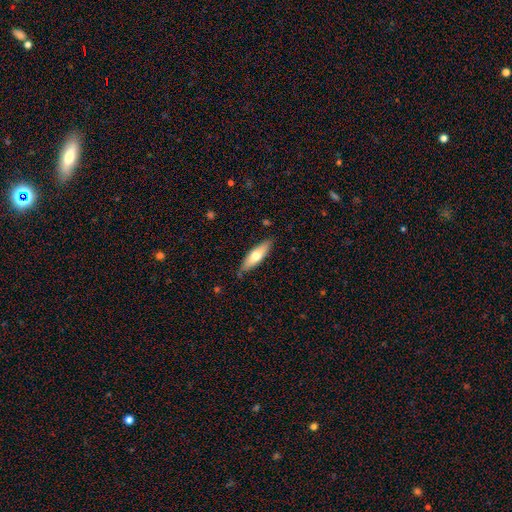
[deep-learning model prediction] Smooth or featured?
  - smooth: 63% *
  - featured or disk: 31%
  - star or artifact: 5%
How rounded?
  - cigar-shaped: 55% *
  - in between: 43%
  - round: 2%
Merging?
  - none: 83% *
  - minor disturbance: 13%
  - major disturbance: 2%
  - merger: 1%